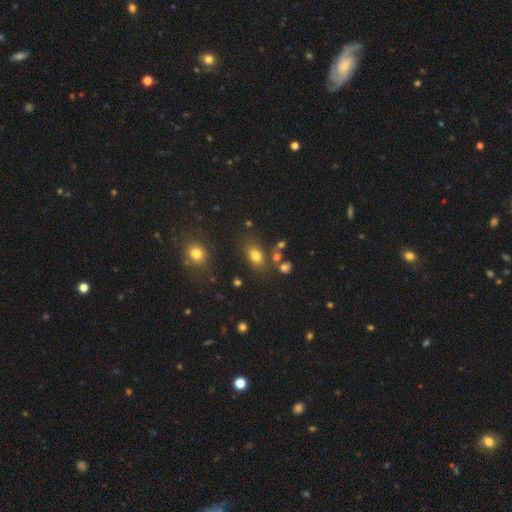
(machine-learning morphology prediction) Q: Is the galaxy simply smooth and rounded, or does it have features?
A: smooth — 76%.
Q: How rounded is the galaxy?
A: in between — 77%.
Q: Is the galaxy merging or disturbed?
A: none — 71%.